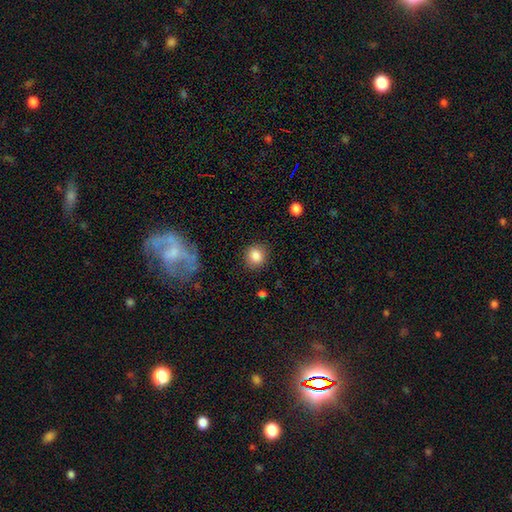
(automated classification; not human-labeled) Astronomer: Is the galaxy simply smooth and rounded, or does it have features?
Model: smooth — 86%.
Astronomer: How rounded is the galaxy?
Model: round — 82%.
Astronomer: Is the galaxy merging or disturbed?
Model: none — 86%.